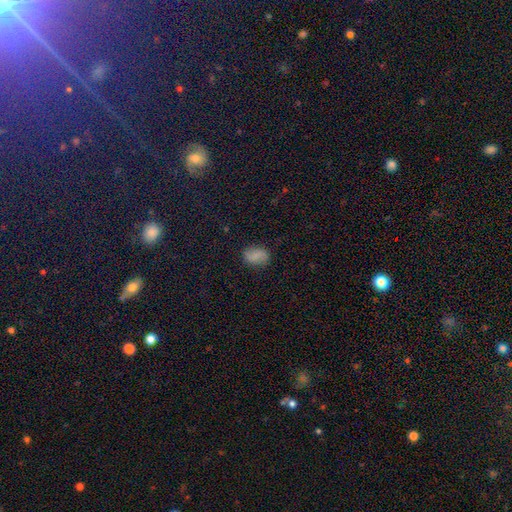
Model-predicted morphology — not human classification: smooth-or-featured: smooth: 68% | featured or disk: 21% | star or artifact: 11%
  how-rounded: in between: 80% | round: 18% | cigar-shaped: 2%
  merging: none: 82% | minor disturbance: 13% | major disturbance: 4% | merger: 1%